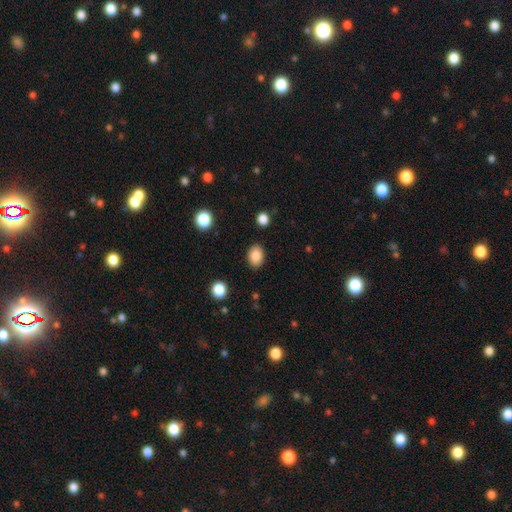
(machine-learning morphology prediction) The model was most divided on "how rounded": in between: 71%, round: 28%, cigar-shaped: 1%. More confident: merging — none (87%); smooth or featured — smooth (86%).